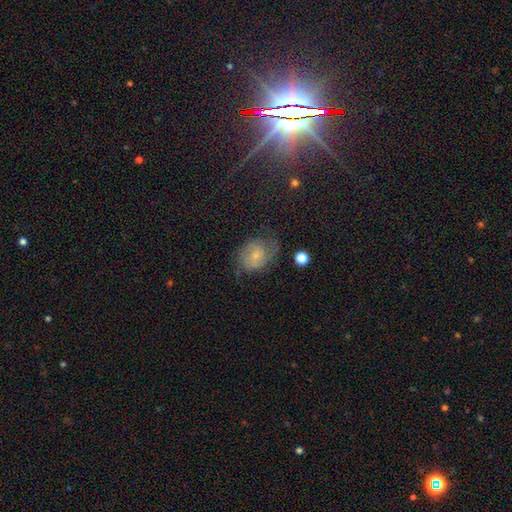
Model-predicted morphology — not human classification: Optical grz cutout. It shows a featured or disk galaxy (51%). Merging: none (55%).